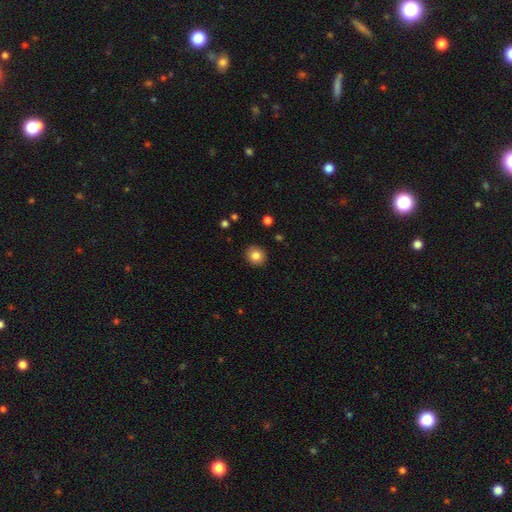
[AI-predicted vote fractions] The model was most divided on "how rounded": round: 83%, in between: 16%, cigar-shaped: 1%. More confident: merging — none (91%); smooth or featured — smooth (84%).